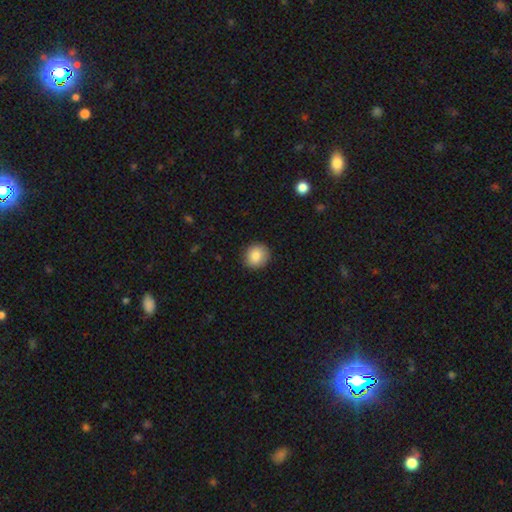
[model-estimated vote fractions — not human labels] A smooth galaxy with no disk features (86%) that is round (84%).

Vote fractions:
- Smooth or featured? smooth: 86% / star or artifact: 8% / featured or disk: 6%
- How rounded? round: 84% / in between: 15% / cigar-shaped: 1%
- Merging? none: 89% / minor disturbance: 8% / major disturbance: 2% / merger: 1%